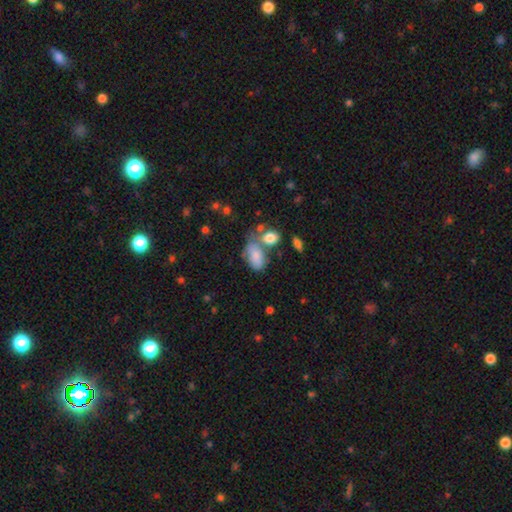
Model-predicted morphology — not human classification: smooth_or_featured: smooth (p=0.78) [alt: featured or disk p=0.14]
how_rounded: in between (p=0.91) [alt: round p=0.07]
merging: none (p=0.36) [alt: merger p=0.32]